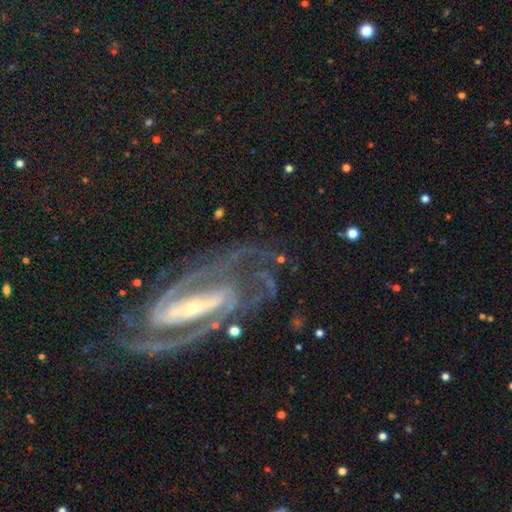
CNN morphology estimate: smooth_or_featured: featured or disk (p=0.91) [alt: star or artifact p=0.06]
disk_edge_on: no (p=0.95) [alt: yes p=0.05]
bar: strong (p=0.66) [alt: weak p=0.21]
has_spiral_arms: yes (p=0.98) [alt: no p=0.02]
spiral_winding: tight (p=0.46) [alt: medium p=0.45]
spiral_arm_count: 2 (p=0.74) [alt: 3 p=0.09]
bulge_size: small (p=0.75) [alt: moderate p=0.20]
merging: none (p=0.70) [alt: minor disturbance p=0.16]